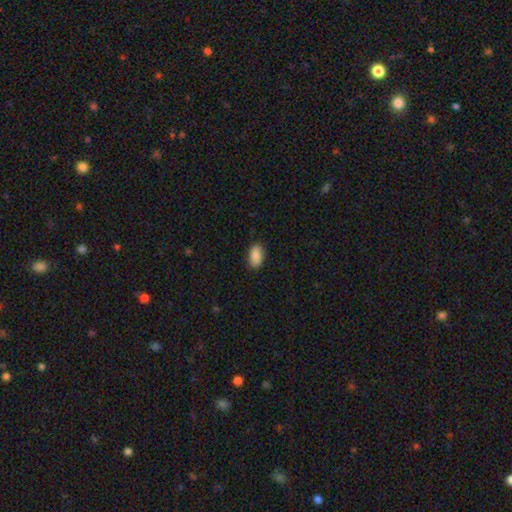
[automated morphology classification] Overall: smooth (90%). How rounded: in between (93%). Merging: none (88%).